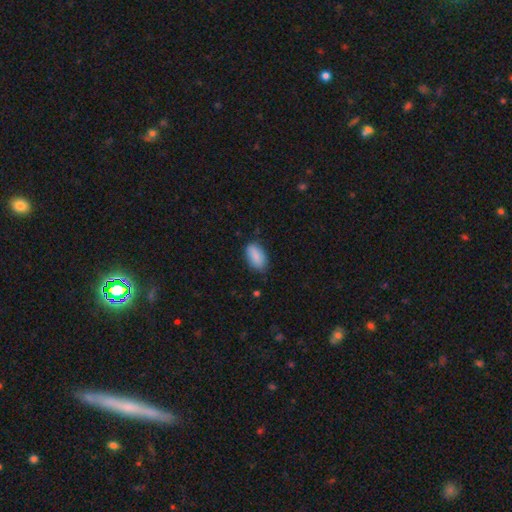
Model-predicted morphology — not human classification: The model was most divided on "merging": none: 76%, minor disturbance: 20%, major disturbance: 4%, merger: 1%. More confident: how rounded — in between (93%); smooth or featured — smooth (87%).